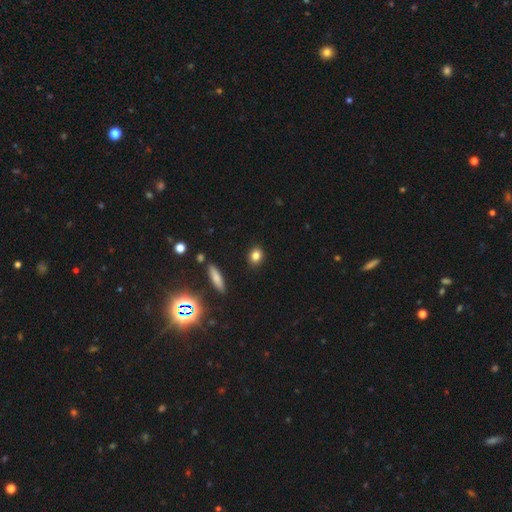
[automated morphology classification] Smooth or featured?
  - smooth: 82% *
  - star or artifact: 11%
  - featured or disk: 7%
How rounded?
  - round: 54% *
  - in between: 44%
  - cigar-shaped: 3%
Merging?
  - none: 89% *
  - minor disturbance: 7%
  - major disturbance: 2%
  - merger: 2%